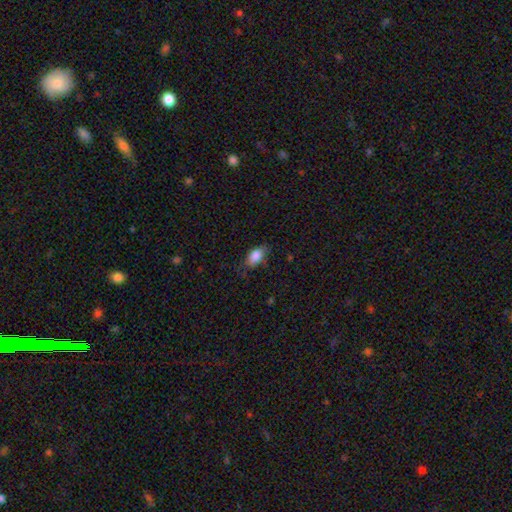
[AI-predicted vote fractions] This appears to be a smooth galaxy with no disk features (84%) that is in between round and cigar-shaped (88%). Merging: none (71%).